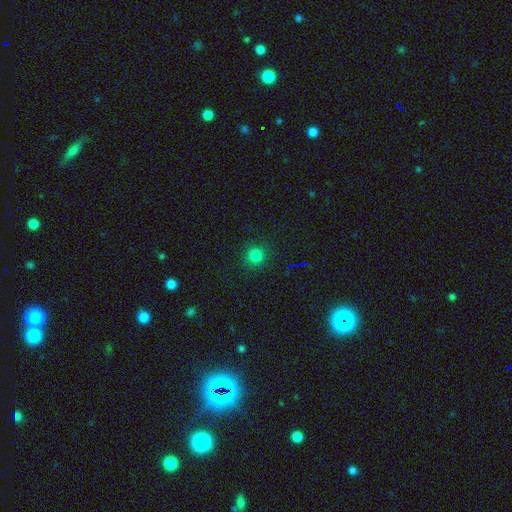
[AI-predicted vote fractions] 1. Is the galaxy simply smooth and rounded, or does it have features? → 79% smooth, 16% star or artifact, 4% featured or disk.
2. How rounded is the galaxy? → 93% round, 6% in between, 1% cigar-shaped.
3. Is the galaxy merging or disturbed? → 89% none, 7% minor disturbance, 2% major disturbance, 1% merger.